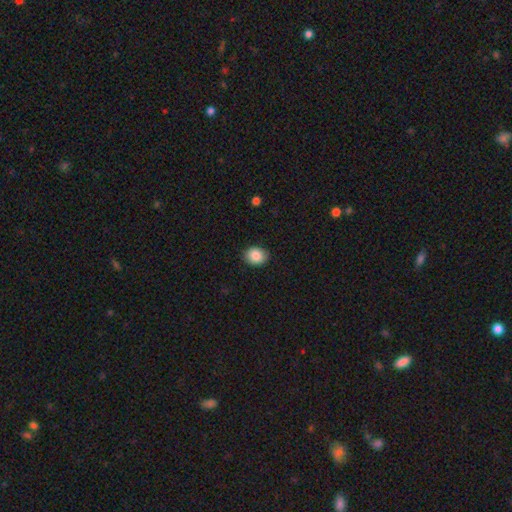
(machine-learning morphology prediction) Smooth or featured? Predicted: smooth (p=0.87). How rounded? Predicted: in between (p=0.50). Merging? Predicted: none (p=0.87).